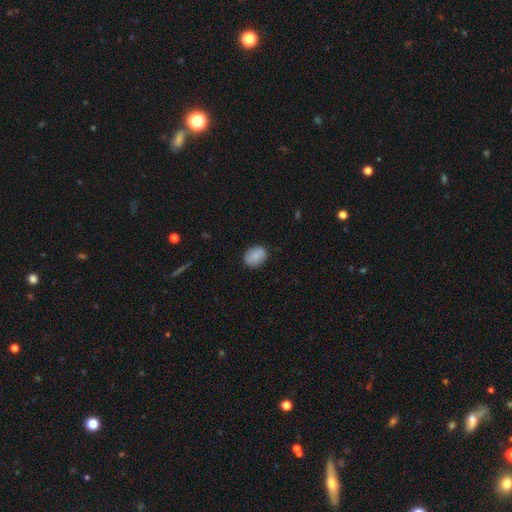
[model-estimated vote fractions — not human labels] smooth_or_featured: smooth (p=0.81) [alt: featured or disk p=0.11]
how_rounded: in between (p=0.57) [alt: round p=0.42]
merging: none (p=0.84) [alt: minor disturbance p=0.13]